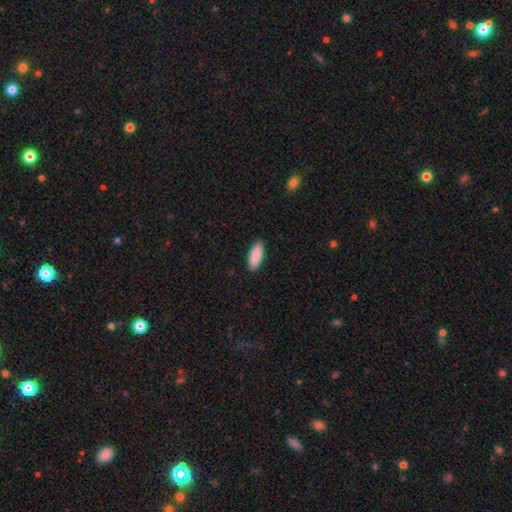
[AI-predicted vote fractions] Q: Smooth or featured?
A: smooth (90%); runner-up: star or artifact (5%)
Q: How rounded?
A: in between (78%); runner-up: cigar-shaped (21%)
Q: Merging?
A: none (90%); runner-up: minor disturbance (7%)